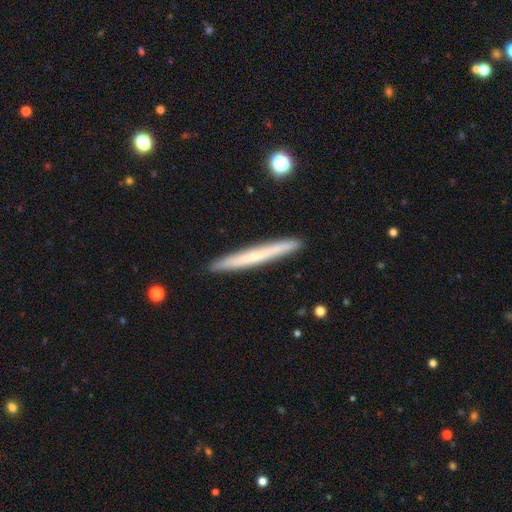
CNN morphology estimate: Smooth or featured? Predicted: smooth (p=0.54). How rounded? Predicted: cigar-shaped (p=0.97). Merging? Predicted: none (p=0.91).